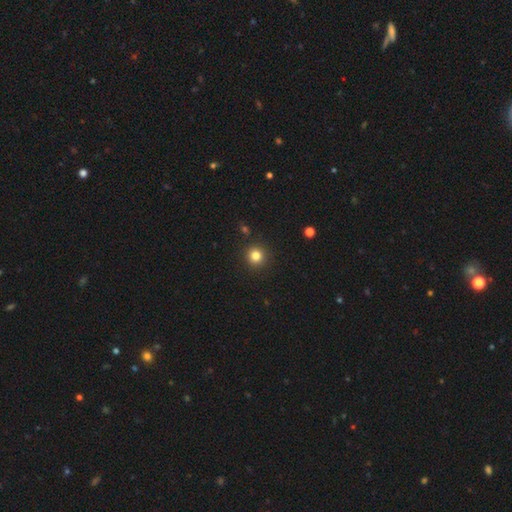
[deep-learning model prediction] smooth_or_featured: smooth (p=0.82) [alt: star or artifact p=0.13]
how_rounded: round (p=0.94) [alt: in between p=0.05]
merging: none (p=0.91) [alt: minor disturbance p=0.05]